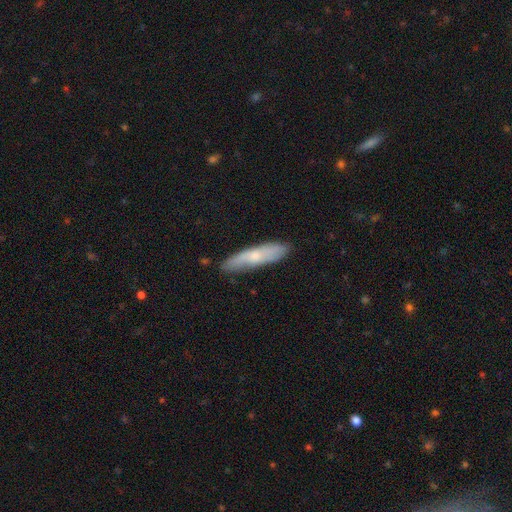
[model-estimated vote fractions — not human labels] smooth_or_featured: smooth (p=0.59) [alt: featured or disk p=0.35]
how_rounded: cigar-shaped (p=0.79) [alt: in between p=0.20]
merging: none (p=0.78) [alt: minor disturbance p=0.18]